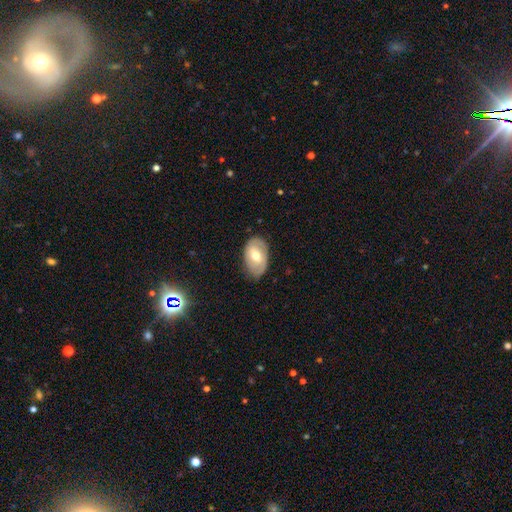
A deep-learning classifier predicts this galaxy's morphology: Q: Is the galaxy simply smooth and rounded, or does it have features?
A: smooth — 54%.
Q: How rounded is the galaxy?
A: in between — 90%.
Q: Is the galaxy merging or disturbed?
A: none — 75%.